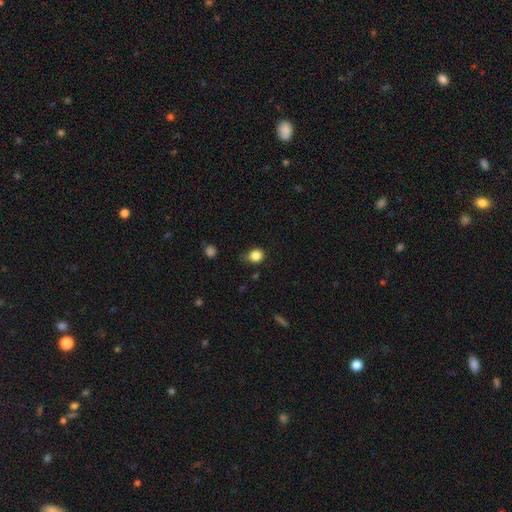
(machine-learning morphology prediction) Overall: smooth (84%). How rounded: round (69%; in between 30%). Merging: none (66%; minor disturbance 27%).